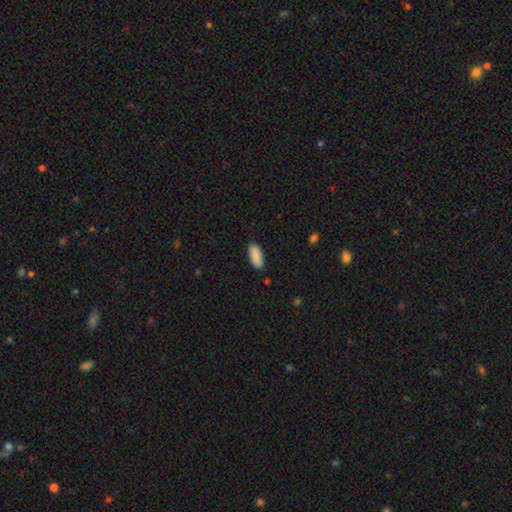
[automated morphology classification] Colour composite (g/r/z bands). It shows a smooth galaxy with no disk features (90%) that is in between round and cigar-shaped (85%). Merging: none (87%).